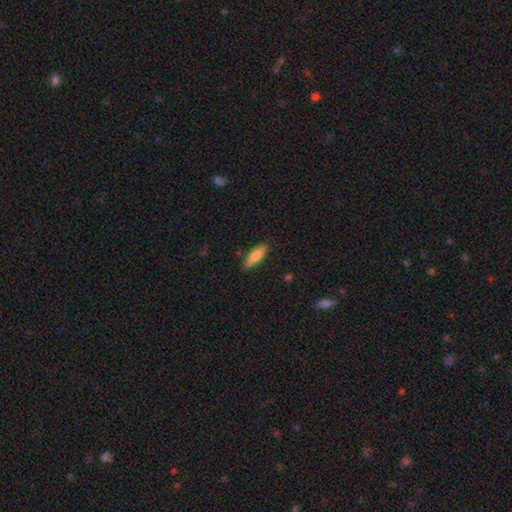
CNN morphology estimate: The model was most divided on "how rounded": cigar-shaped: 50%, in between: 48%, round: 2%. More confident: merging — none (86%); smooth or featured — smooth (78%).